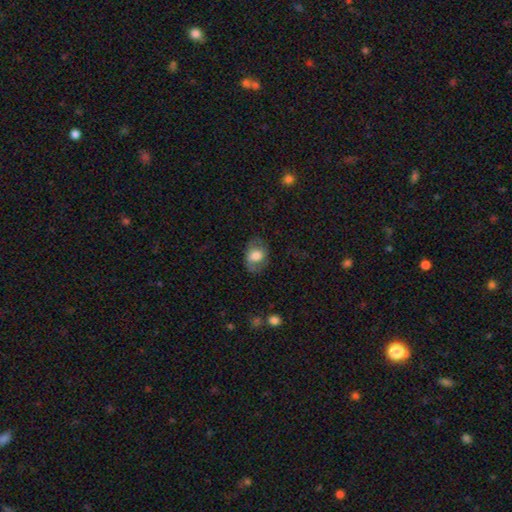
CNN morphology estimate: Smooth or featured? Predicted: smooth (p=0.67). How rounded? Predicted: in between (p=0.71). Merging? Predicted: none (p=0.69).